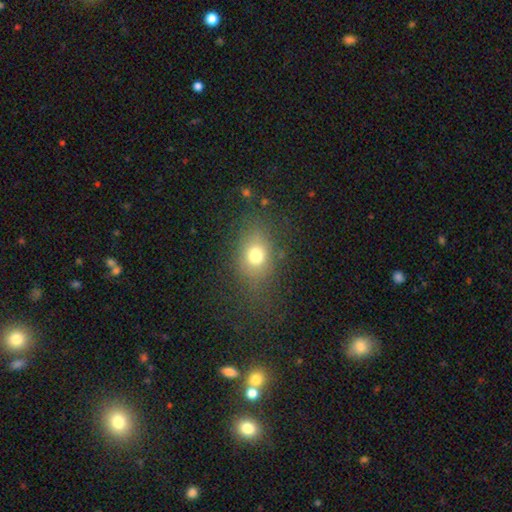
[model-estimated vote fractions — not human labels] Overall: smooth (73%). How rounded: in between (58%; round 40%). Merging: none (72%).